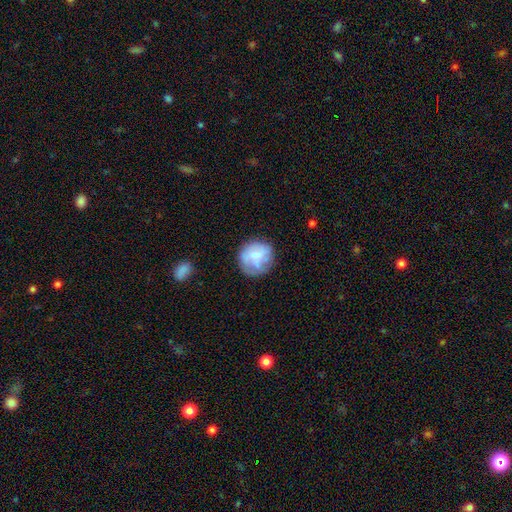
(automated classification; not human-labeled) Smooth or featured? Predicted: smooth (p=0.59). How rounded? Predicted: round (p=0.88). Merging? Predicted: none (p=0.67).